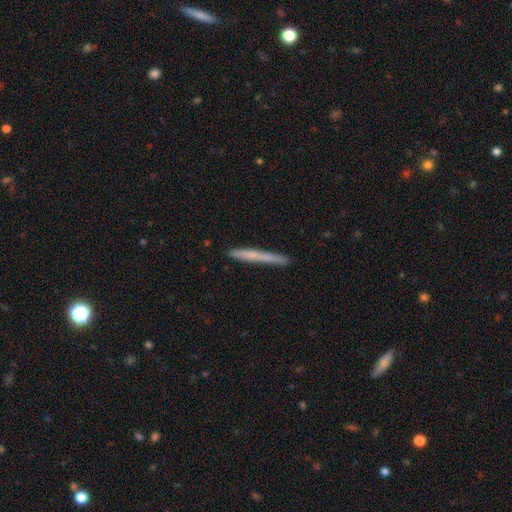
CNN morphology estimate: Smooth or featured?
  - smooth: 60% *
  - featured or disk: 34%
  - star or artifact: 6%
How rounded?
  - cigar-shaped: 97% *
  - in between: 2%
  - round: 1%
Merging?
  - none: 89% *
  - minor disturbance: 8%
  - major disturbance: 1%
  - merger: 1%